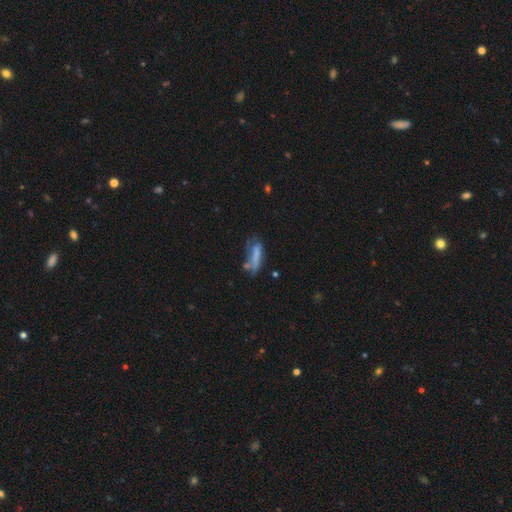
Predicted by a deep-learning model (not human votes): Smooth or featured?
  - smooth: 60% *
  - featured or disk: 30%
  - star or artifact: 10%
How rounded?
  - cigar-shaped: 56% *
  - in between: 42%
  - round: 2%
Merging?
  - none: 36% *
  - minor disturbance: 29%
  - major disturbance: 24%
  - merger: 11%